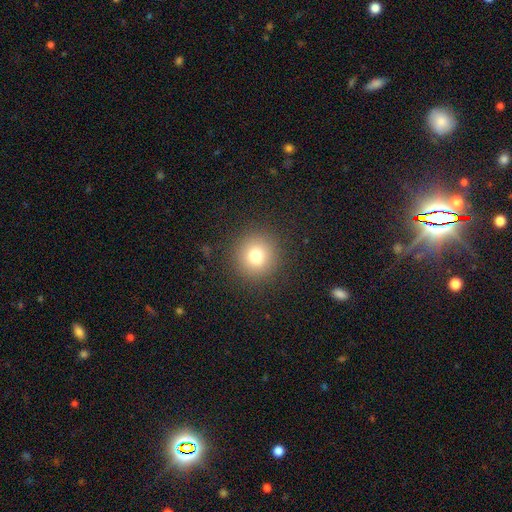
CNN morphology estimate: This is likely a smooth galaxy (77%). How rounded: clearly round (94%). Merging: clearly none (90%).